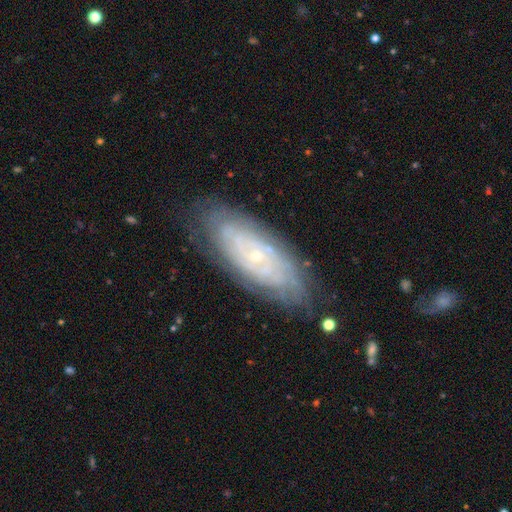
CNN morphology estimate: The model was most divided on "spiral arm count": can't tell: 52%, 4: 12%, 2: 12%, 3: 10%, more than 4: 9%, 1: 5%. More confident: spiral arms — yes (92%); edge-on disk — no (89%); bulge size — small (83%); spiral winding — tight (81%); merging — none (78%); smooth or featured — featured or disk (78%); bar — no (77%).